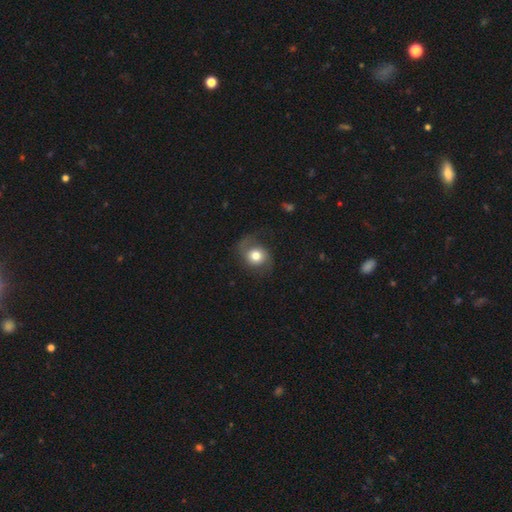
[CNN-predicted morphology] smooth-or-featured: smooth: 51% | featured or disk: 40% | star or artifact: 9%
  how-rounded: round: 72% | in between: 27% | cigar-shaped: 1%
  merging: none: 60% | minor disturbance: 20% | major disturbance: 19% | merger: 2%